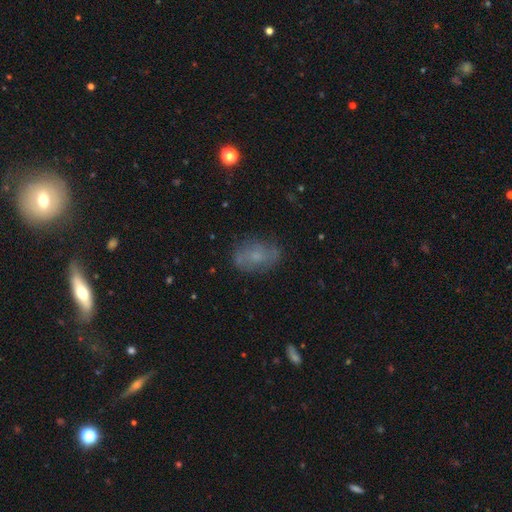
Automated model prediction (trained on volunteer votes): The model was most divided on "smooth or featured": smooth: 52%, featured or disk: 36%, star or artifact: 12%. More confident: how rounded — in between (83%); merging — none (72%).